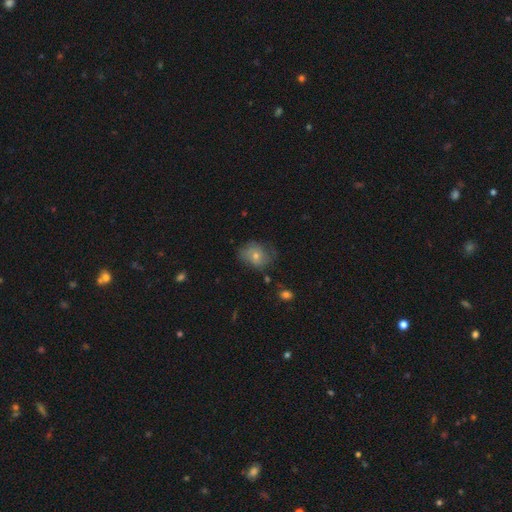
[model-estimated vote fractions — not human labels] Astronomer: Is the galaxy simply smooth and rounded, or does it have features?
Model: smooth — 49% (runner-up: featured or disk, 37%).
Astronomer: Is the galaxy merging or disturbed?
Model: none — 61%.